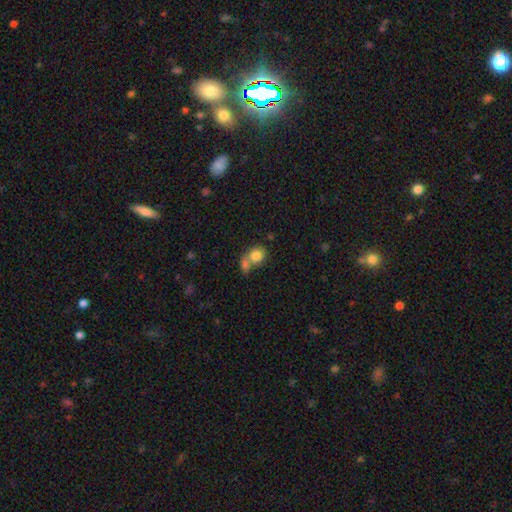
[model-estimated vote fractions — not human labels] Morphology: type=smooth (81%); roundness=round (66%); merging=merger (53%).